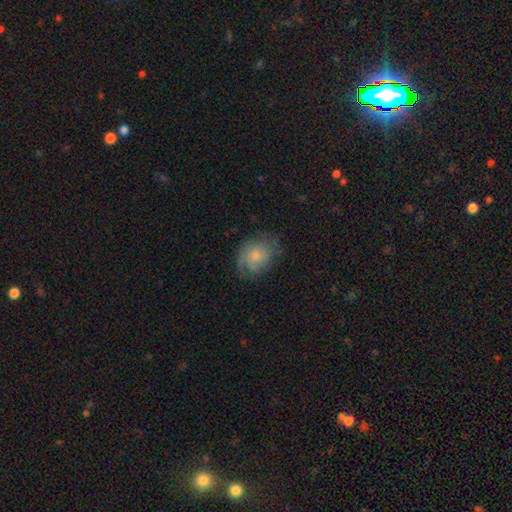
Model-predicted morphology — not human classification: Smooth or featured? Predicted: smooth (p=0.48). Merging? Predicted: none (p=0.62).